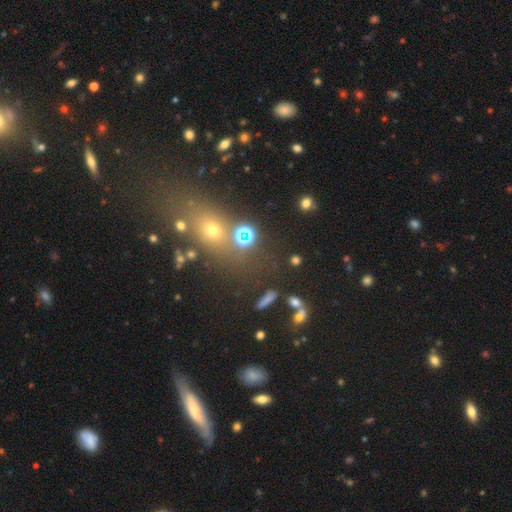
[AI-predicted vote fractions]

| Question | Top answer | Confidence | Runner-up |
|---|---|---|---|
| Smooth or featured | star or artifact | 41% | smooth (40%) |